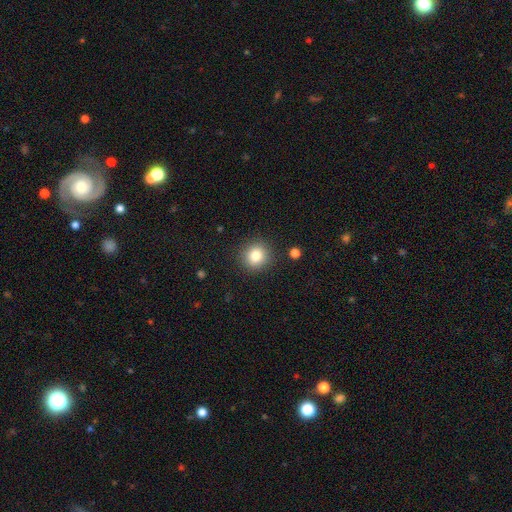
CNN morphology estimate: Smooth or featured? Predicted: smooth (p=0.82). How rounded? Predicted: round (p=0.88). Merging? Predicted: none (p=0.88).